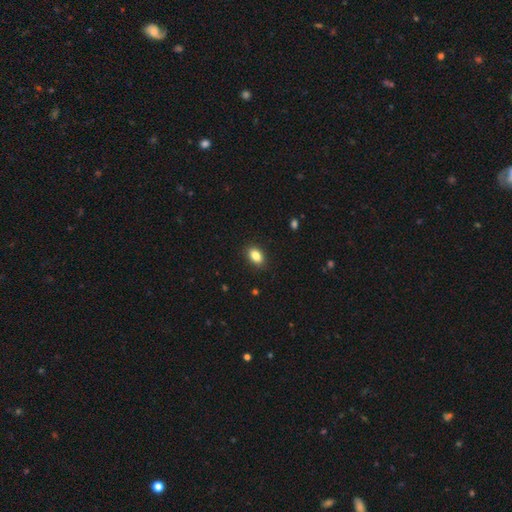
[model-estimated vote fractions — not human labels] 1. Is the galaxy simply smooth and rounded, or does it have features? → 85% smooth, 9% star or artifact, 6% featured or disk.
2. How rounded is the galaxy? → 86% in between, 12% round, 2% cigar-shaped.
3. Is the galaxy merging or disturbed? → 89% none, 8% minor disturbance, 2% major disturbance, 1% merger.